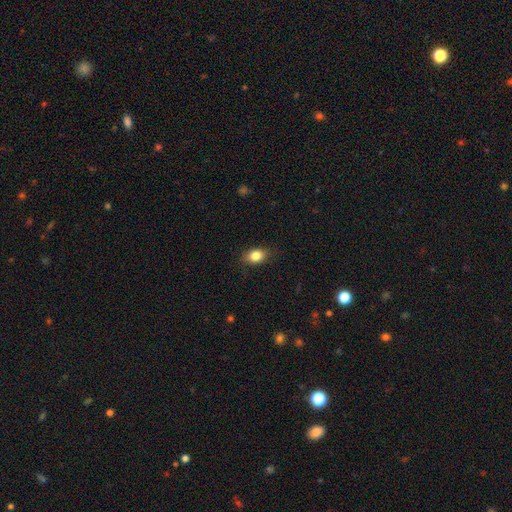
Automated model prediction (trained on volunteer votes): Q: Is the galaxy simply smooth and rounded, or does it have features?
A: smooth — 84%.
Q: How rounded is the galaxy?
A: in between — 76%.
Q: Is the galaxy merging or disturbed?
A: none — 84%.